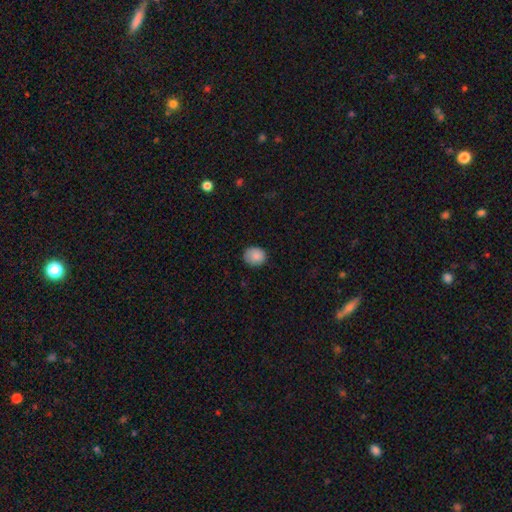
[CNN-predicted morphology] Smooth or featured? smooth (87%)
How rounded? round (72%)
Merging? none (79%)